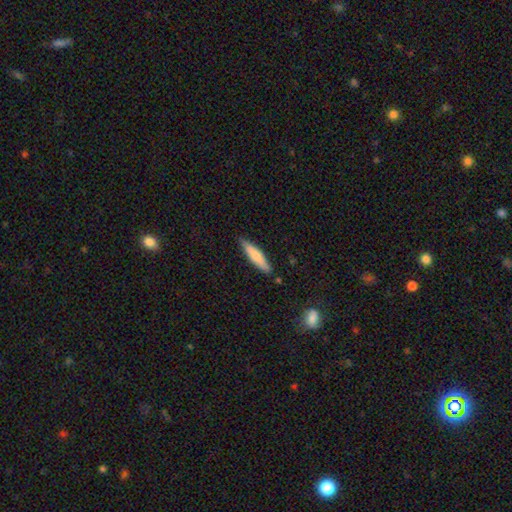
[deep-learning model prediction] smooth-or-featured: smooth: 71% | featured or disk: 24% | star or artifact: 5%
  how-rounded: cigar-shaped: 82% | in between: 17% | round: 1%
  merging: none: 84% | minor disturbance: 12% | major disturbance: 2% | merger: 2%